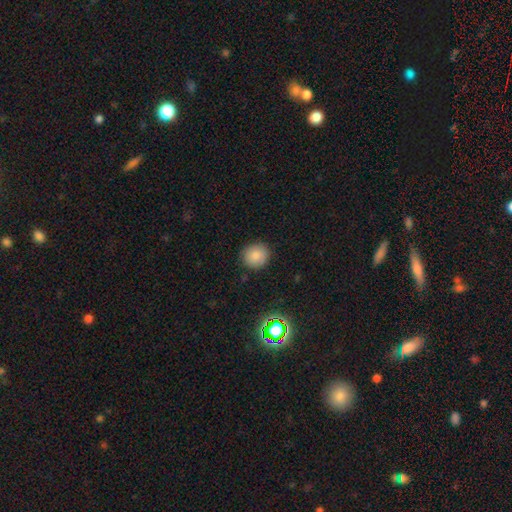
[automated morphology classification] This is clearly a smooth galaxy (83%). How rounded: clearly round (86%). Merging: clearly none (89%).